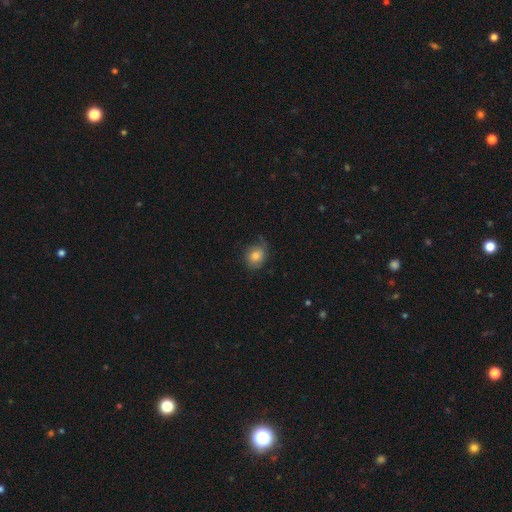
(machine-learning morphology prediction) smooth_or_featured: smooth (p=0.74) [alt: featured or disk p=0.17]
how_rounded: round (p=0.61) [alt: in between p=0.38]
merging: none (p=0.62) [alt: minor disturbance p=0.27]